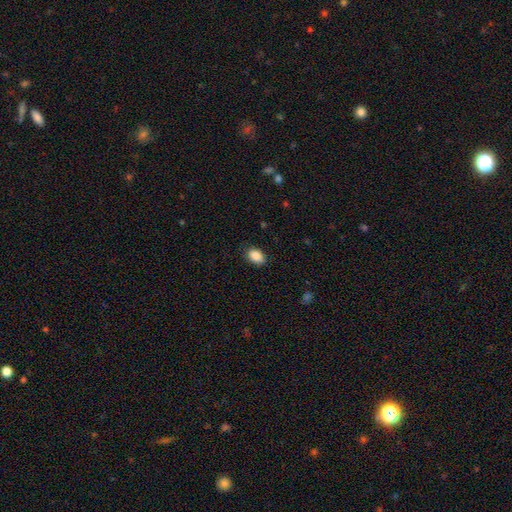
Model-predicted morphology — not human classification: A smooth galaxy with no disk features (89%) that is in between round and cigar-shaped (83%). Merging: none (85%).